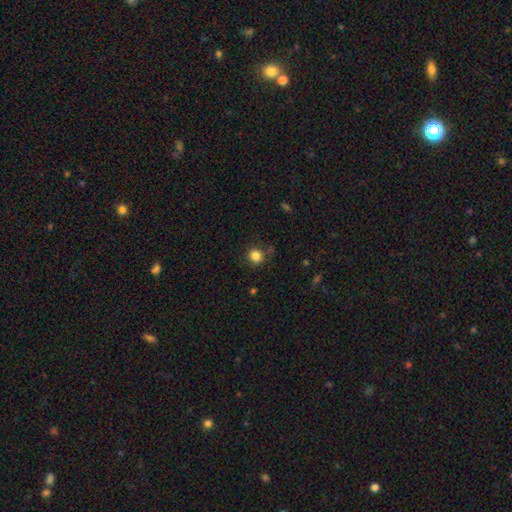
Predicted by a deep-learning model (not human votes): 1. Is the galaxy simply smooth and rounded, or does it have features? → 84% smooth, 12% star or artifact, 4% featured or disk.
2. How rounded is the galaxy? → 89% round, 10% in between, 1% cigar-shaped.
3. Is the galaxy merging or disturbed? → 82% none, 12% minor disturbance, 4% major disturbance, 3% merger.